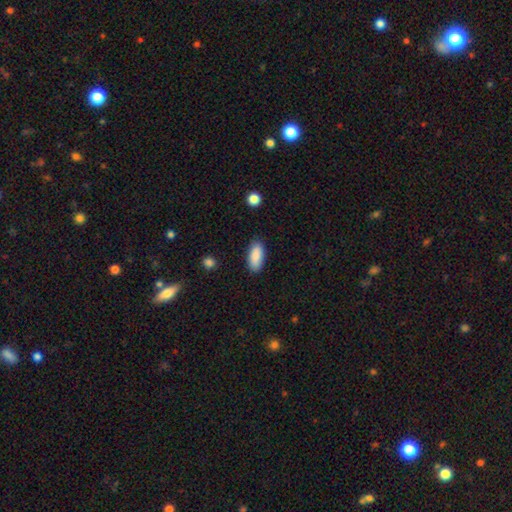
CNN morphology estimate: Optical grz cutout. It shows a smooth galaxy with no disk features (89%) that is in between round and cigar-shaped (87%). Merging: none (85%).